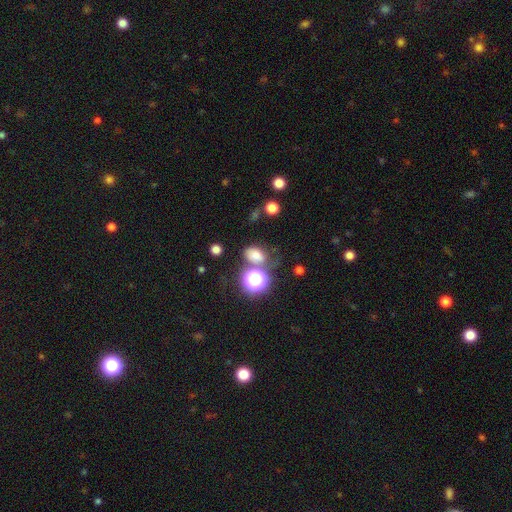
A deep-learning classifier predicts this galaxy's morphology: Smooth or featured?
  - smooth: 68% *
  - star or artifact: 21%
  - featured or disk: 11%
How rounded?
  - in between: 68% *
  - round: 31%
  - cigar-shaped: 1%
Merging?
  - none: 61% *
  - merger: 16%
  - minor disturbance: 16%
  - major disturbance: 7%